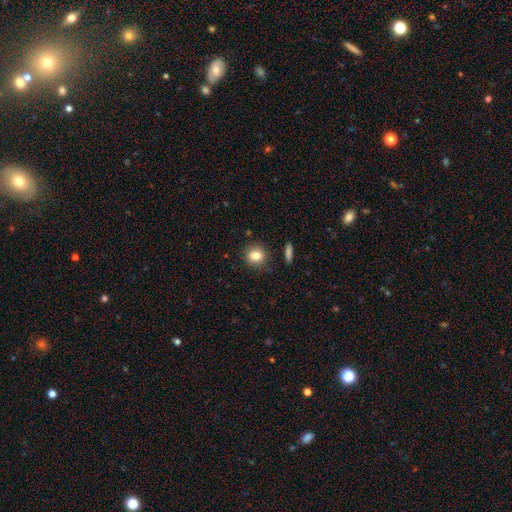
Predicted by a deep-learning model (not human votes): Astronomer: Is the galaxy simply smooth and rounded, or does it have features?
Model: smooth — 83%.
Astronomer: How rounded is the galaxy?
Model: round — 82%.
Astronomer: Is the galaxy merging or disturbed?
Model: none — 87%.